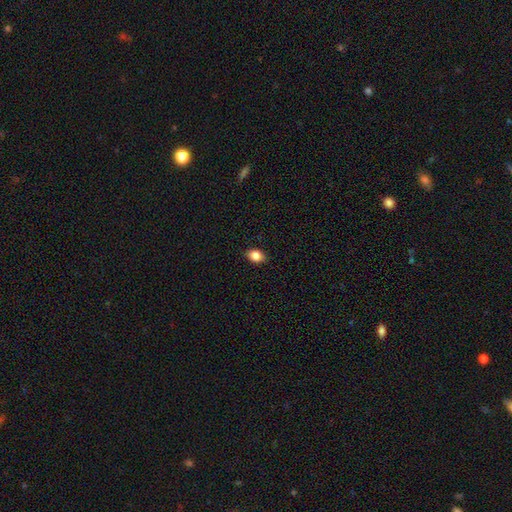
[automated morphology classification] Smooth or featured: smooth — 85% (star or artifact — 9%)
How rounded: in between — 76% (round — 23%)
Merging: none — 88% (minor disturbance — 9%)